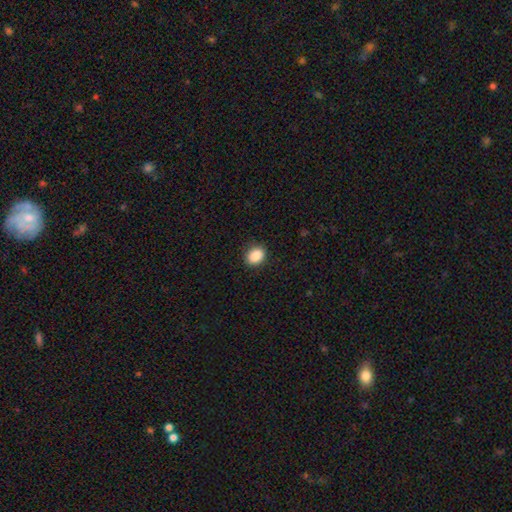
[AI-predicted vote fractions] Smooth or featured? smooth (89%)
How rounded? in between (60%)
Merging? none (88%)